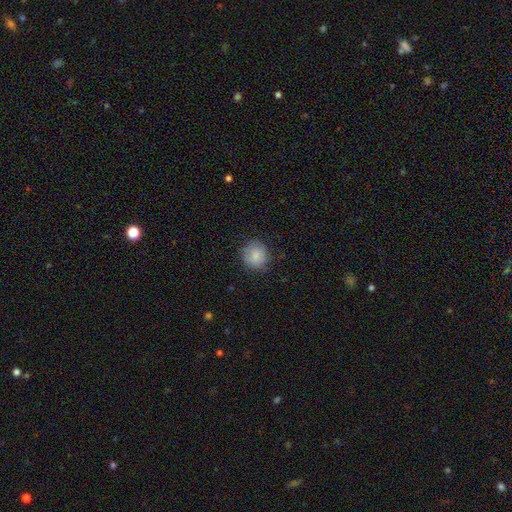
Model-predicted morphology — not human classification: A smooth galaxy with no disk features (85%) that is round (86%). Merging: none (78%).